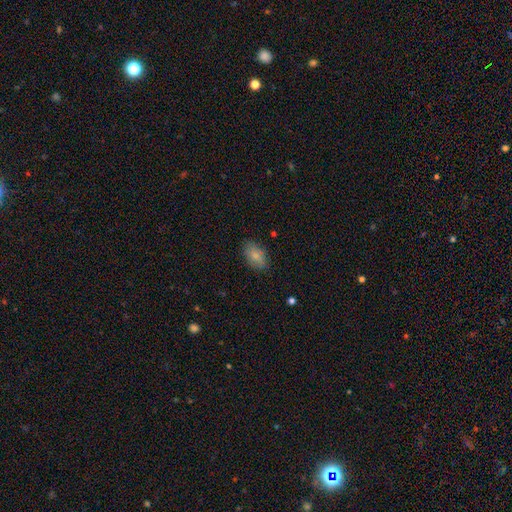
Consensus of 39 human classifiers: smooth_or_featured: smooth (p=0.87) [alt: featured or disk p=0.10]
how_rounded: in between (p=1.00)
merging: none (p=0.87) [alt: minor disturbance p=0.11]